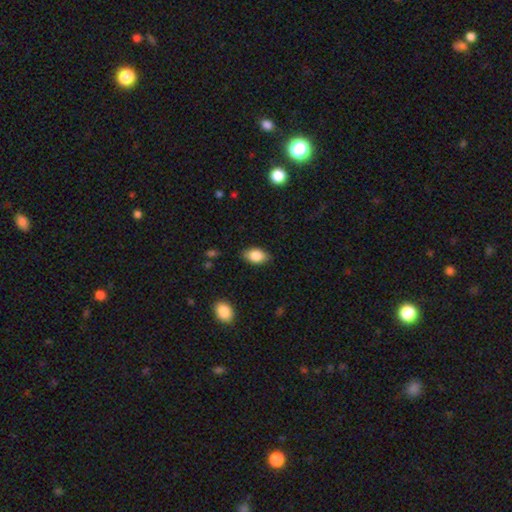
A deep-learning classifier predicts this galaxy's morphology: A smooth galaxy with no disk features (86%) that is in between round and cigar-shaped (90%). Merging: none (85%).